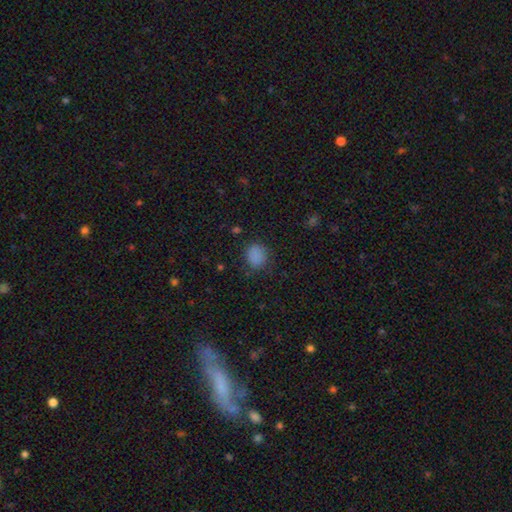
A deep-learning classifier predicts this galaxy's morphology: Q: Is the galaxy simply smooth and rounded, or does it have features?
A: smooth — 83%.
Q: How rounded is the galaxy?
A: round — 66%.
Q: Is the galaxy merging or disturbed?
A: none — 78%.